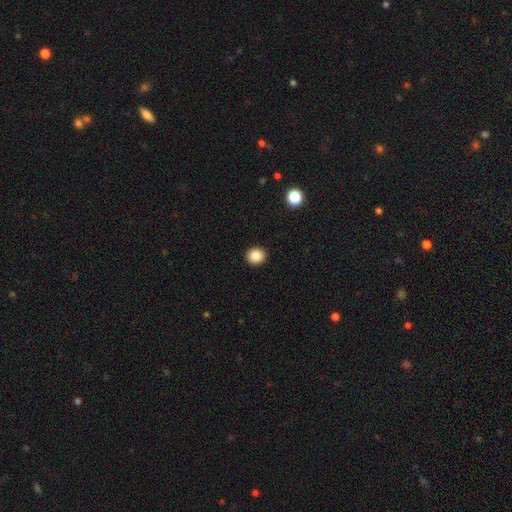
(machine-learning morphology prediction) The model was most divided on "how rounded": round: 86%, in between: 13%, cigar-shaped: 1%. More confident: merging — none (93%); smooth or featured — smooth (87%).